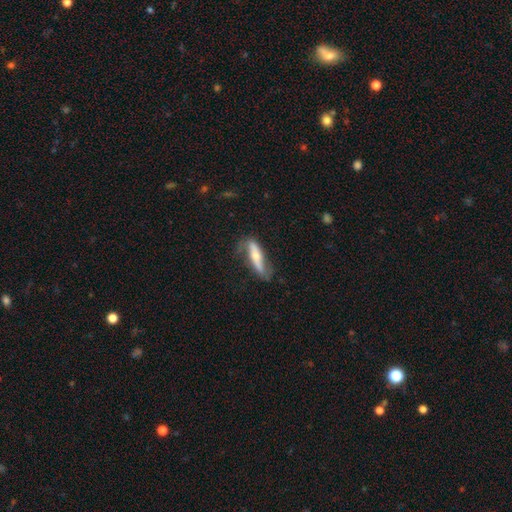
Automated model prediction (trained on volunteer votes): This appears to be a featured or disk galaxy (57%) viewed edge-on (56%). Merging: none (61%).